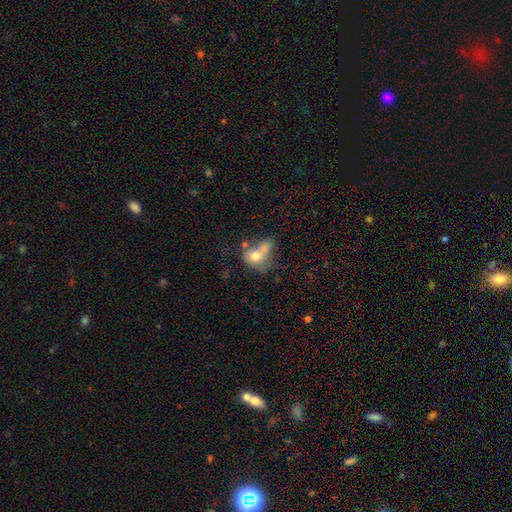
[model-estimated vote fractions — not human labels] Overall: smooth (66%). How rounded: in between (66%; round 32%). Merging: merger (52%; none 18%).